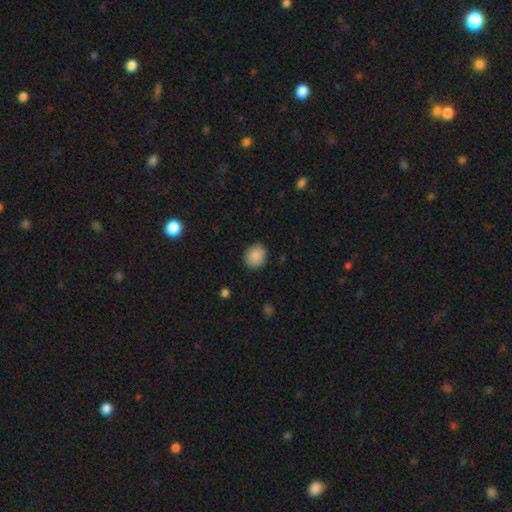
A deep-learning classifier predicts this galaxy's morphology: smooth-or-featured: smooth: 88% | star or artifact: 8% | featured or disk: 4%
  how-rounded: round: 65% | in between: 34% | cigar-shaped: 1%
  merging: none: 87% | minor disturbance: 9% | major disturbance: 2% | merger: 1%